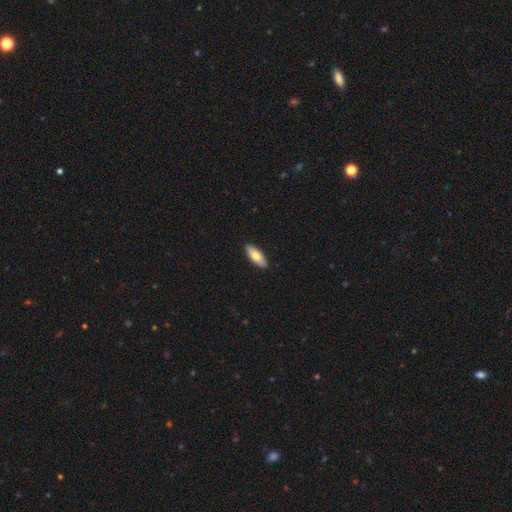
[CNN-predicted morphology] A smooth galaxy with no disk features (76%) that is in between round and cigar-shaped (73%).

Vote fractions:
- Smooth or featured? smooth: 76% / featured or disk: 19% / star or artifact: 5%
- How rounded? in between: 73% / cigar-shaped: 25% / round: 2%
- Merging? none: 90% / minor disturbance: 7% / major disturbance: 1% / merger: 1%